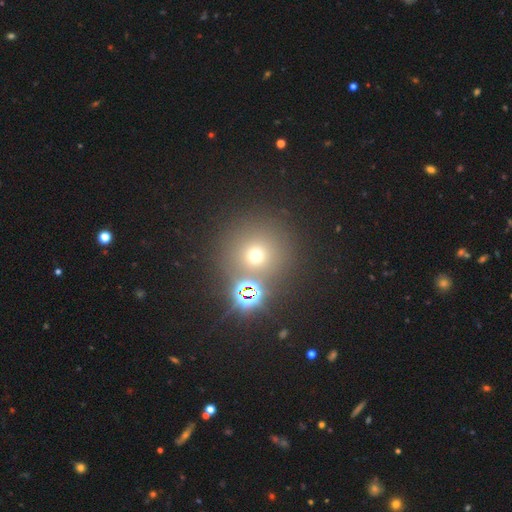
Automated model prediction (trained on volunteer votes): smooth_or_featured: smooth (p=0.60) [alt: star or artifact p=0.30]
how_rounded: round (p=0.94) [alt: in between p=0.05]
merging: none (p=0.77) [alt: merger p=0.12]